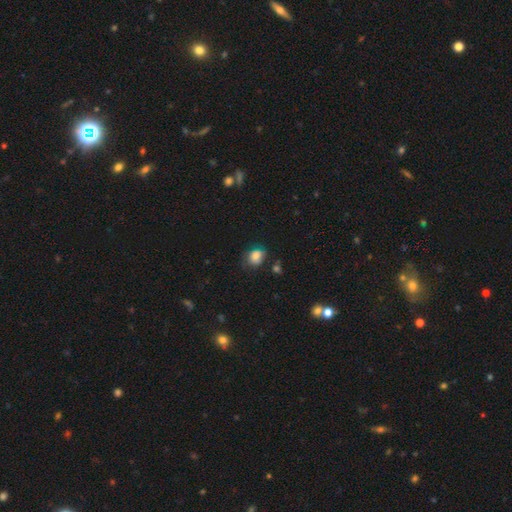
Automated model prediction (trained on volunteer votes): Smooth or featured?
  - smooth: 77% *
  - star or artifact: 11%
  - featured or disk: 11%
How rounded?
  - round: 55% *
  - in between: 44%
  - cigar-shaped: 1%
Merging?
  - none: 59% *
  - minor disturbance: 27%
  - major disturbance: 10%
  - merger: 5%